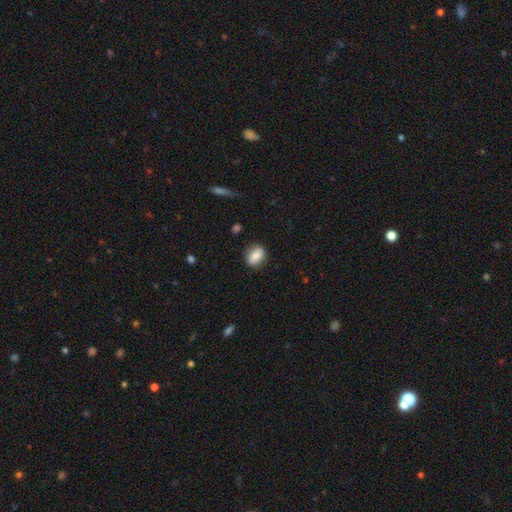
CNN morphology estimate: smooth 84%, featured or disk 8%, star or artifact 8%. Down the decision tree: how rounded — in between (71%); merging — none (83%).